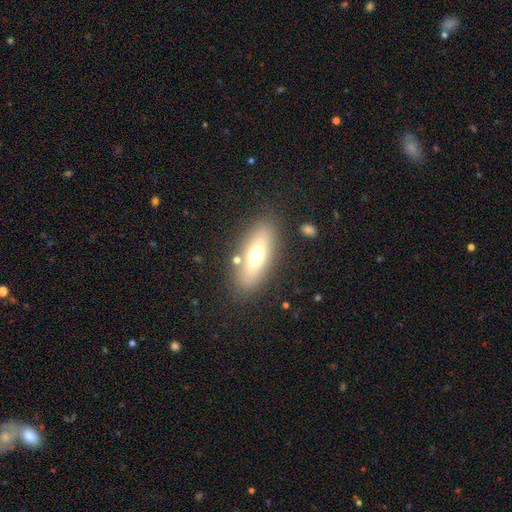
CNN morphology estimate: A smooth galaxy with no disk features (62%) that is in between round and cigar-shaped (64%).

Vote fractions:
- Smooth or featured? smooth: 62% / featured or disk: 30% / star or artifact: 8%
- How rounded? in between: 64% / cigar-shaped: 33% / round: 3%
- Merging? none: 82% / minor disturbance: 11% / major disturbance: 4% / merger: 4%